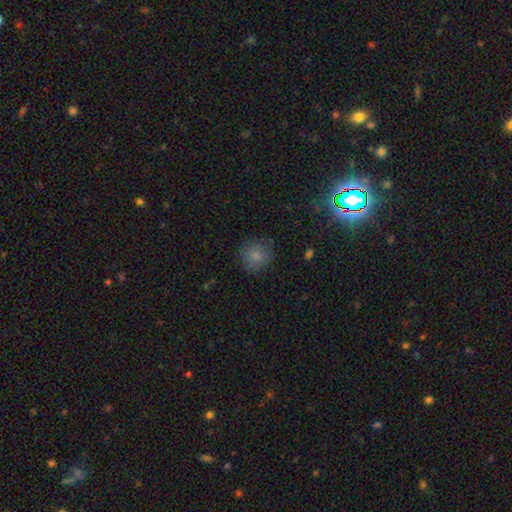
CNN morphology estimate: A smooth galaxy with no disk features (83%) that is round (89%). Merging: none (82%).